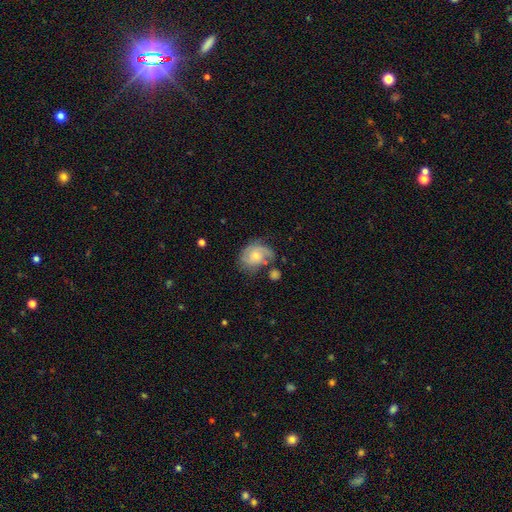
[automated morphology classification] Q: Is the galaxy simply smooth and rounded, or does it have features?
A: featured or disk — 68%.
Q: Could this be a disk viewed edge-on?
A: no — 97%.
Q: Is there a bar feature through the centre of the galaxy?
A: no — 73%.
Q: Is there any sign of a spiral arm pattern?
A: yes — 89%.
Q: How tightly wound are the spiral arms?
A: medium — 43%.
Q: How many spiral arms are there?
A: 2 — 53%.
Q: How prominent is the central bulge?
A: small — 52%.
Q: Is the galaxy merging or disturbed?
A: none — 49%.